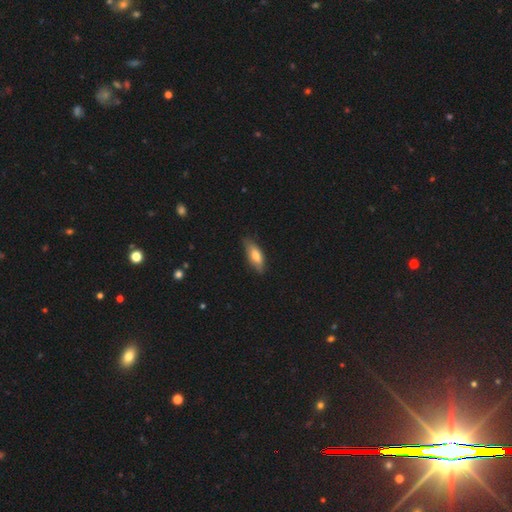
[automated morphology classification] A smooth galaxy with no disk features (73%) that is in between round and cigar-shaped (69%).

Vote fractions:
- Smooth or featured? smooth: 73% / featured or disk: 20% / star or artifact: 6%
- How rounded? in between: 69% / cigar-shaped: 29% / round: 2%
- Merging? none: 76% / minor disturbance: 20% / major disturbance: 3% / merger: 1%